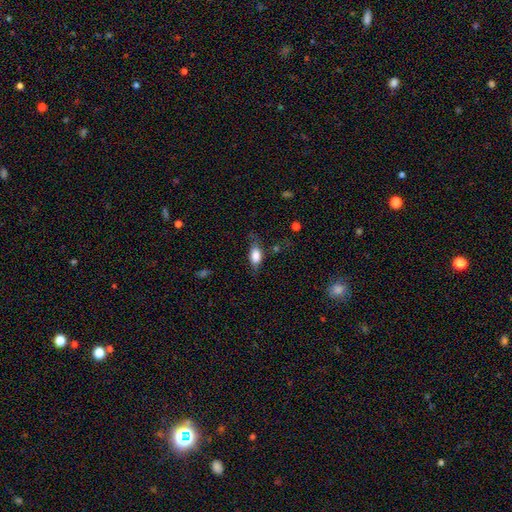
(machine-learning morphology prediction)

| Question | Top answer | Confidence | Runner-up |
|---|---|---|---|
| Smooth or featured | smooth | 79% | featured or disk (14%) |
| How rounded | in between | 84% | cigar-shaped (10%) |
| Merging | none | 63% | minor disturbance (25%) |